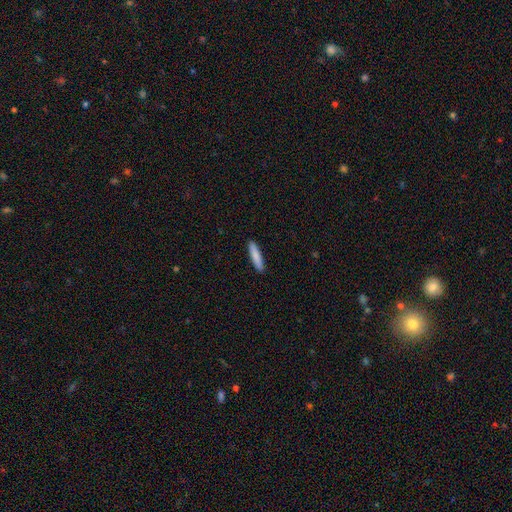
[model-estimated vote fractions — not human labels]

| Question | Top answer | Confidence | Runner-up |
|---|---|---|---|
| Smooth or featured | smooth | 85% | featured or disk (9%) |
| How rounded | cigar-shaped | 88% | in between (11%) |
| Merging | none | 92% | minor disturbance (6%) |